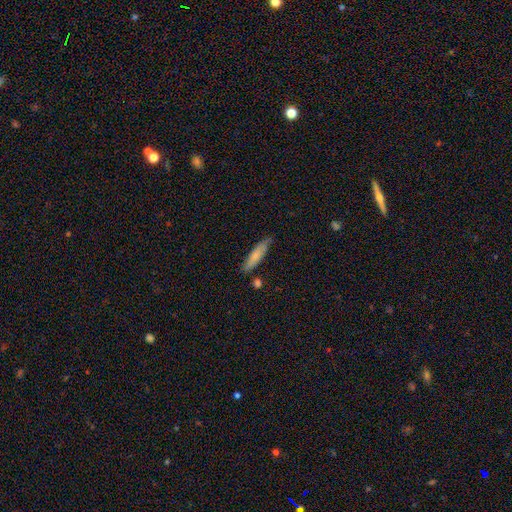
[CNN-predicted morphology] Smooth or featured? smooth (72%)
How rounded? cigar-shaped (79%)
Merging? none (77%)